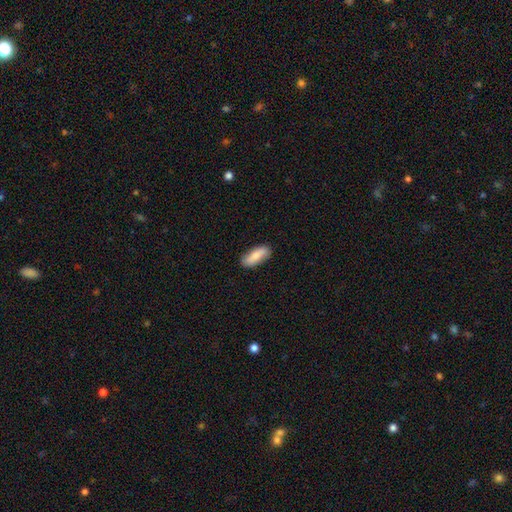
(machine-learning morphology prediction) smooth-or-featured: smooth: 77% | featured or disk: 18% | star or artifact: 5%
  how-rounded: in between: 75% | cigar-shaped: 22% | round: 2%
  merging: none: 87% | minor disturbance: 10% | major disturbance: 2% | merger: 1%